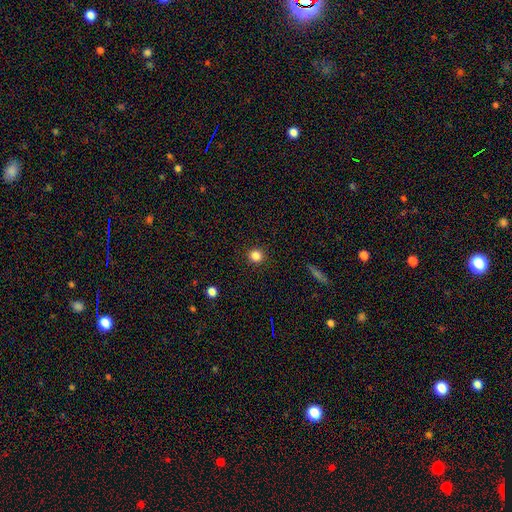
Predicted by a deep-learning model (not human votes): Q: Smooth or featured?
A: smooth (84%); runner-up: star or artifact (12%)
Q: How rounded?
A: round (93%); runner-up: in between (6%)
Q: Merging?
A: none (92%); runner-up: minor disturbance (5%)